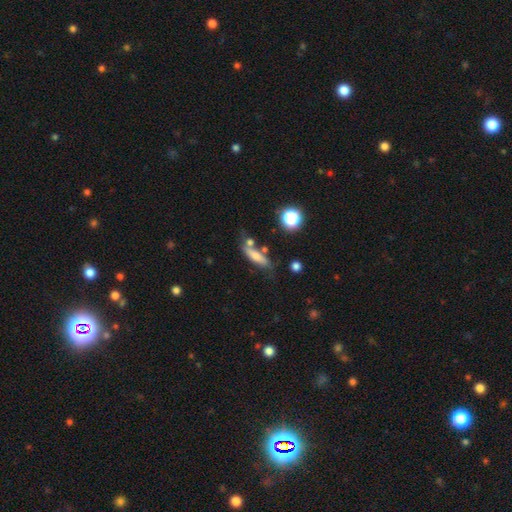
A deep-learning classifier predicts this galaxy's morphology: A smooth galaxy with no disk features (67%) that is cigar-shaped (59%). Merging: none (58%).